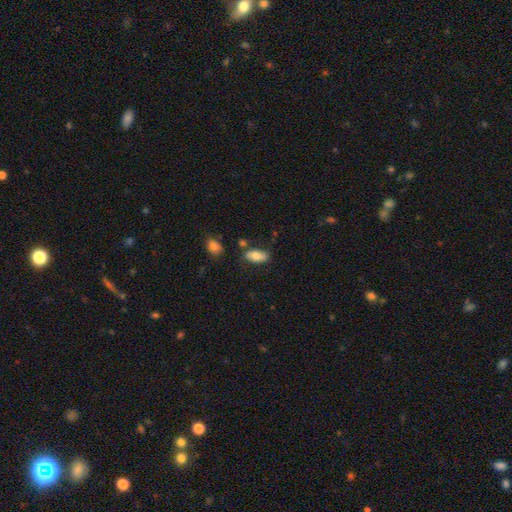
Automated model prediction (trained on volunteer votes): This is likely a smooth galaxy (74%). How rounded: clearly in between (89%). Merging: likely none (73%).